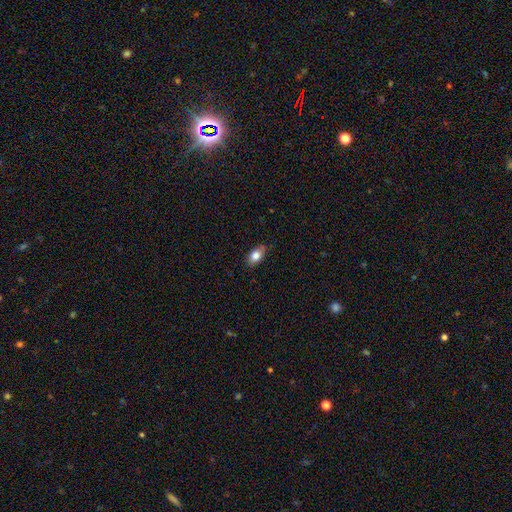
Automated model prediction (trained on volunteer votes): This is clearly a smooth galaxy (82%). How rounded: clearly in between (84%). Merging: likely none (76%).